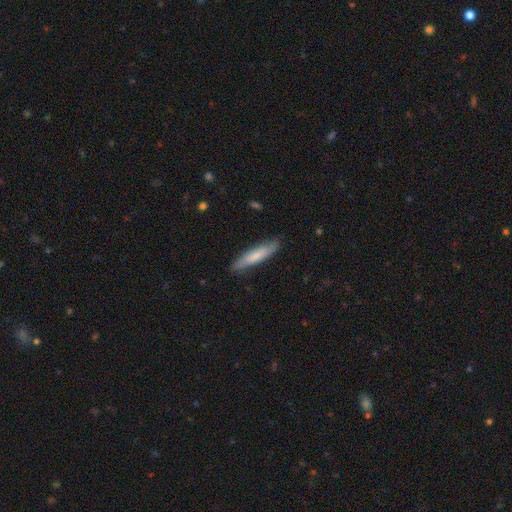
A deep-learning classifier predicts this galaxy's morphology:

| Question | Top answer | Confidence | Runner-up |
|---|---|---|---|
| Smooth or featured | smooth | 71% | featured or disk (24%) |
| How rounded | cigar-shaped | 86% | in between (13%) |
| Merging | none | 86% | minor disturbance (11%) |